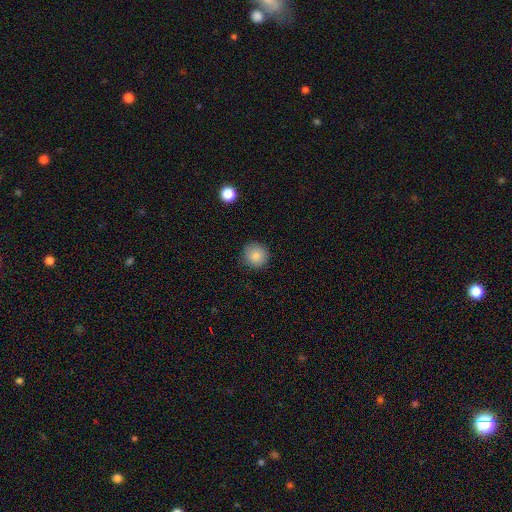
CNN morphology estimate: The model was most divided on "smooth or featured": smooth: 85%, star or artifact: 9%, featured or disk: 6%. More confident: how rounded — round (93%); merging — none (88%).